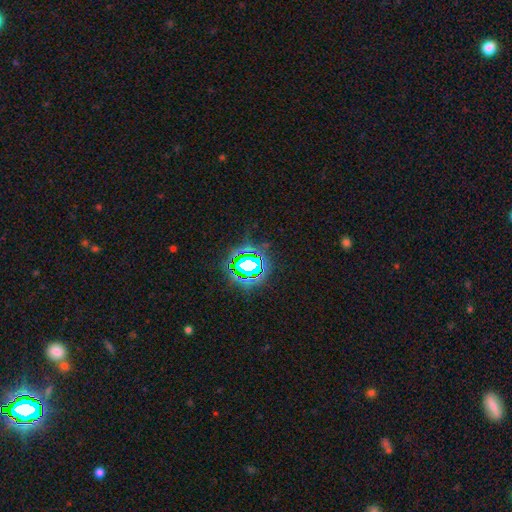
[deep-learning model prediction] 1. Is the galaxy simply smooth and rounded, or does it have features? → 82% star or artifact, 12% smooth, 6% featured or disk.